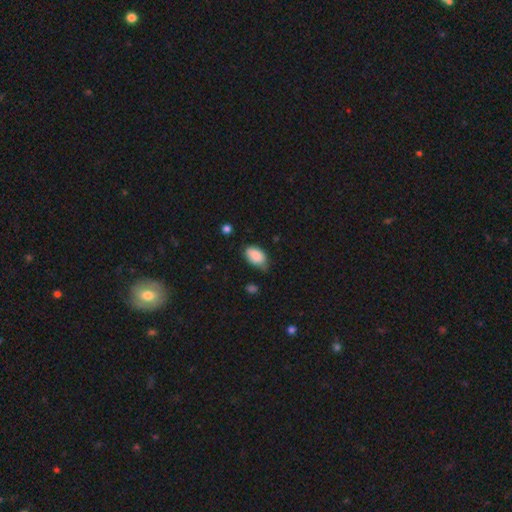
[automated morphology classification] Smooth or featured? smooth (86%)
How rounded? in between (92%)
Merging? none (56%)